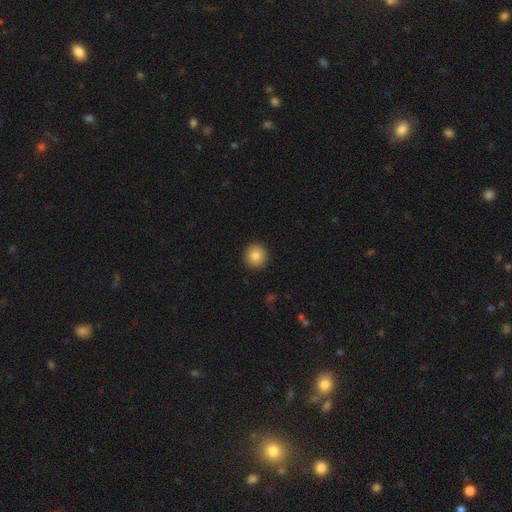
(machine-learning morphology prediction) smooth_or_featured: smooth (p=0.84) [alt: star or artifact p=0.09]
how_rounded: round (p=0.93) [alt: in between p=0.06]
merging: none (p=0.93) [alt: minor disturbance p=0.05]